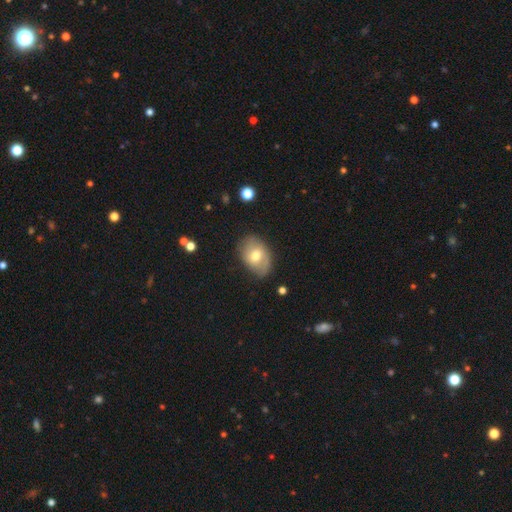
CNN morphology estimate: Q: Smooth or featured?
A: smooth (61%); runner-up: featured or disk (31%)
Q: How rounded?
A: in between (79%); runner-up: round (20%)
Q: Merging?
A: none (69%); runner-up: minor disturbance (24%)